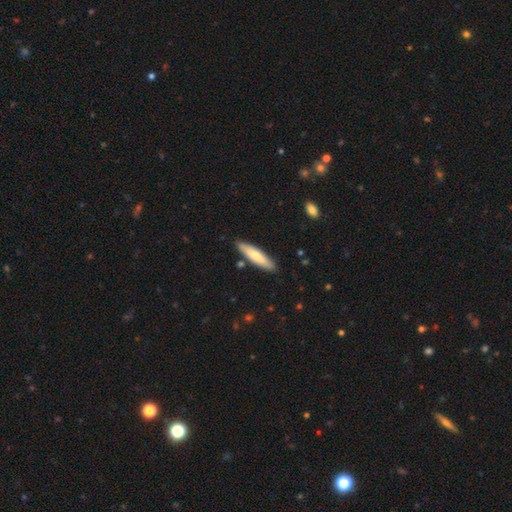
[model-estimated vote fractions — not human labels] This appears to be a smooth galaxy with no disk features (72%) that is cigar-shaped (78%). Merging: none (87%).